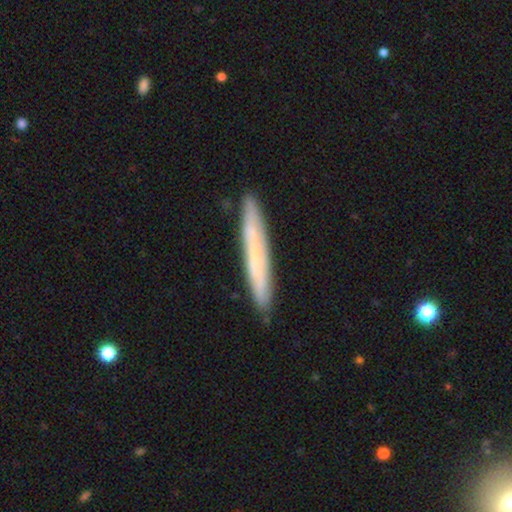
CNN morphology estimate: Smooth or featured?
  - smooth: 56% *
  - featured or disk: 37%
  - star or artifact: 7%
How rounded?
  - cigar-shaped: 96% *
  - in between: 3%
  - round: 1%
Merging?
  - none: 90% *
  - minor disturbance: 8%
  - major disturbance: 1%
  - merger: 1%